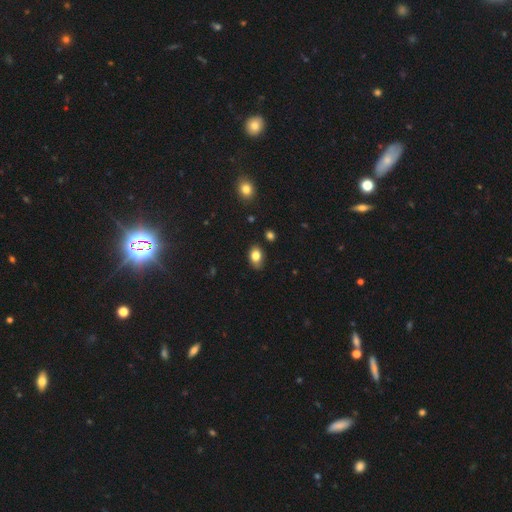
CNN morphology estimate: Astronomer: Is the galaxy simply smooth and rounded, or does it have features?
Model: smooth — 82%.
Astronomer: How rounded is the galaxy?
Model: in between — 81%.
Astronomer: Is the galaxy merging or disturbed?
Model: none — 78%.